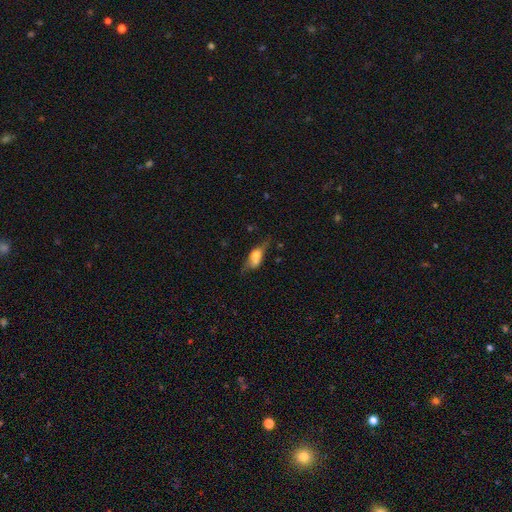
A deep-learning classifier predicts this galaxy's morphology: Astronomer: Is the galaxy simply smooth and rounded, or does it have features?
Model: smooth — 51% (runner-up: featured or disk, 40%).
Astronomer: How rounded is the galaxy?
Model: in between — 71%.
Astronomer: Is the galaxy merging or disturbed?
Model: none — 37% (runner-up: minor disturbance, 25%).